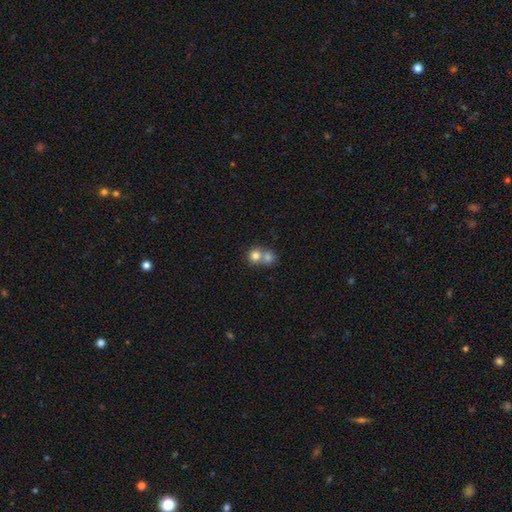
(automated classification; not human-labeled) This is likely a smooth galaxy (78%). How rounded: clearly round (85%). Merging: possibly merger (57%).